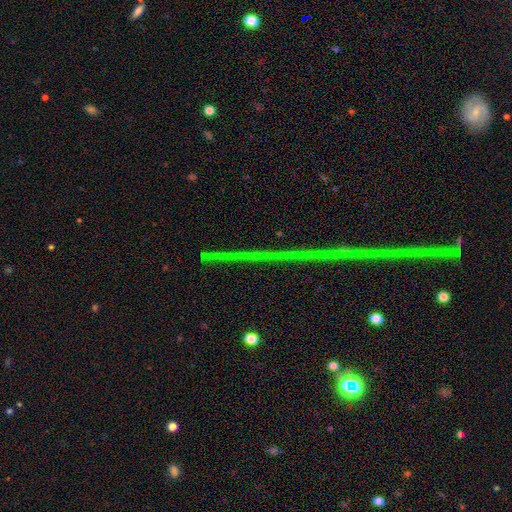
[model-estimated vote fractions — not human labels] A star or artifact, not a galaxy (84%).

Vote fractions:
- Smooth or featured? star or artifact: 84% / featured or disk: 10% / smooth: 7%